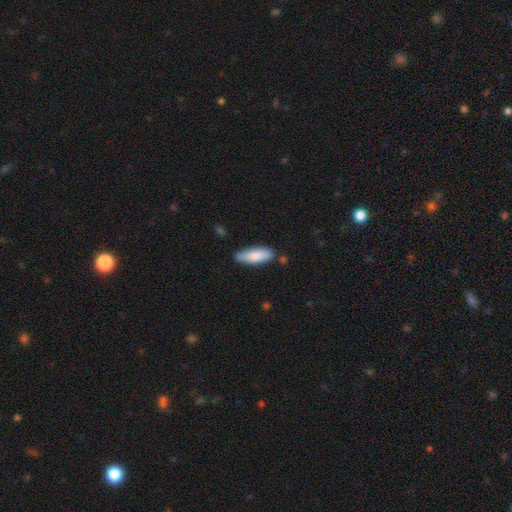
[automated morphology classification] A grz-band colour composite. It shows a smooth galaxy with no disk features (85%) that is in between round and cigar-shaped (61%). Merging: none (80%).